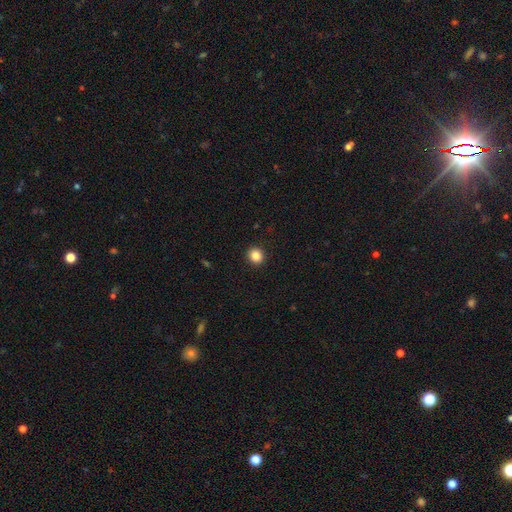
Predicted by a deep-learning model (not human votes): This is clearly a smooth galaxy (86%). How rounded: clearly round (88%). Merging: clearly none (92%).